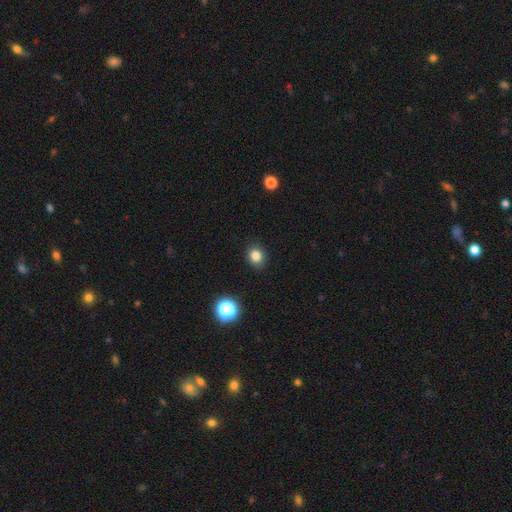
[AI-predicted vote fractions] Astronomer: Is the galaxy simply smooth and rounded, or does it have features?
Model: smooth — 83%.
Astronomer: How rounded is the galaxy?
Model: round — 66%.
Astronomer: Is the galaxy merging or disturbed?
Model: none — 89%.